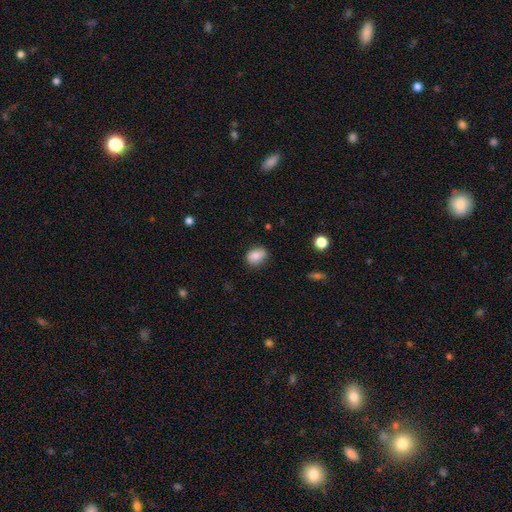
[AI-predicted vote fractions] smooth_or_featured: smooth (p=0.83) [alt: star or artifact p=0.09]
how_rounded: in between (p=0.66) [alt: round p=0.33]
merging: none (p=0.79) [alt: minor disturbance p=0.17]